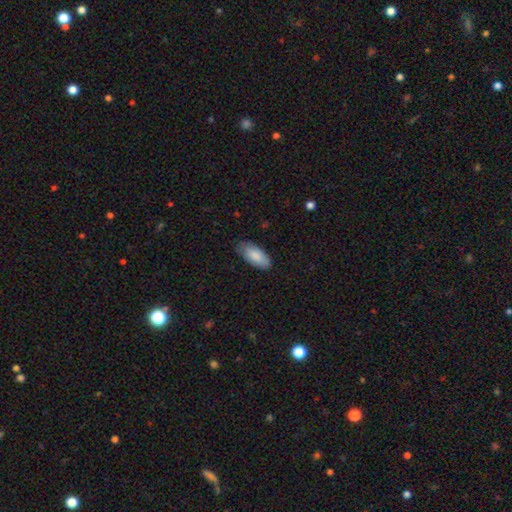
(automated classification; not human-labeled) smooth-or-featured: smooth: 85% | featured or disk: 10% | star or artifact: 5%
  how-rounded: in between: 90% | cigar-shaped: 9% | round: 2%
  merging: none: 78% | minor disturbance: 18% | major disturbance: 3% | merger: 1%